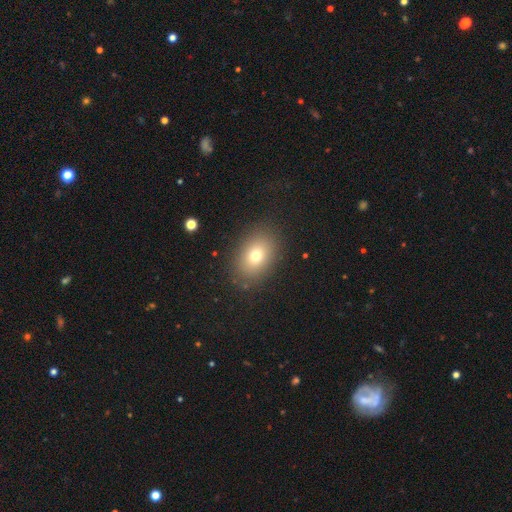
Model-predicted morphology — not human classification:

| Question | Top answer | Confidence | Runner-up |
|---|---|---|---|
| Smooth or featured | smooth | 74% | featured or disk (13%) |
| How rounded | in between | 75% | round (24%) |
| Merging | none | 86% | minor disturbance (9%) |